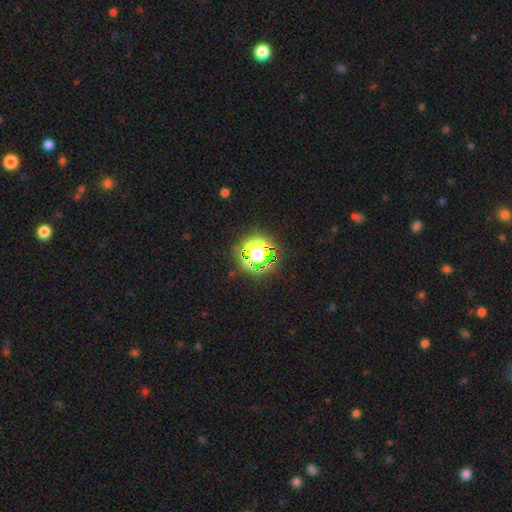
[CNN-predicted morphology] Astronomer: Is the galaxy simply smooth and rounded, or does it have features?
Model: star or artifact — 47% (runner-up: smooth, 39%).